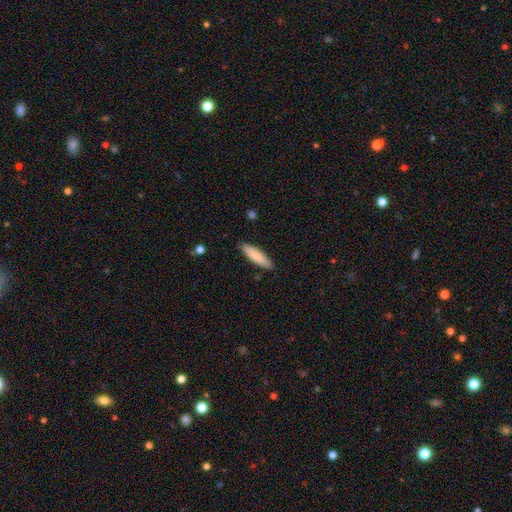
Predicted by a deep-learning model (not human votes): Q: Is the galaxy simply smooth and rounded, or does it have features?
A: smooth — 82%.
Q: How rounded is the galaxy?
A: cigar-shaped — 65%.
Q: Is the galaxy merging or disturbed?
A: none — 87%.